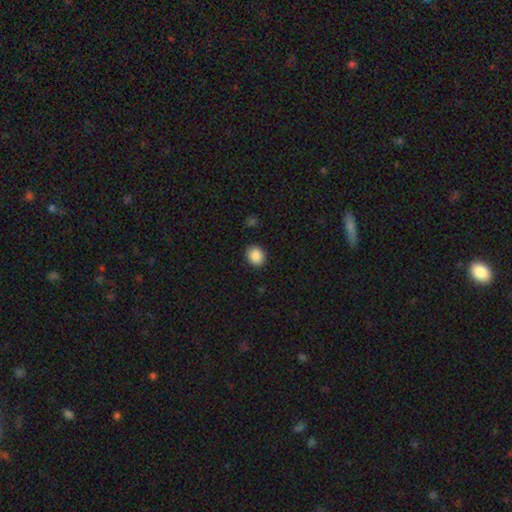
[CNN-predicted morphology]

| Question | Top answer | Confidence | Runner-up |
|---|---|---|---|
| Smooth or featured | smooth | 88% | star or artifact (9%) |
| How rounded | round | 68% | in between (31%) |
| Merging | none | 90% | minor disturbance (7%) |